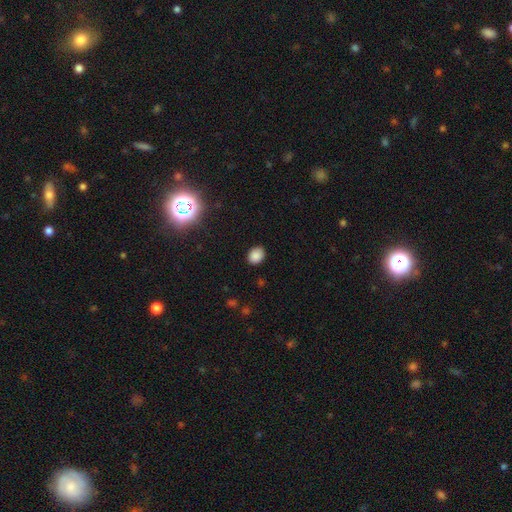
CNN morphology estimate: Q: Smooth or featured?
A: smooth (86%); runner-up: star or artifact (11%)
Q: How rounded?
A: in between (51%); runner-up: round (48%)
Q: Merging?
A: none (88%); runner-up: minor disturbance (9%)